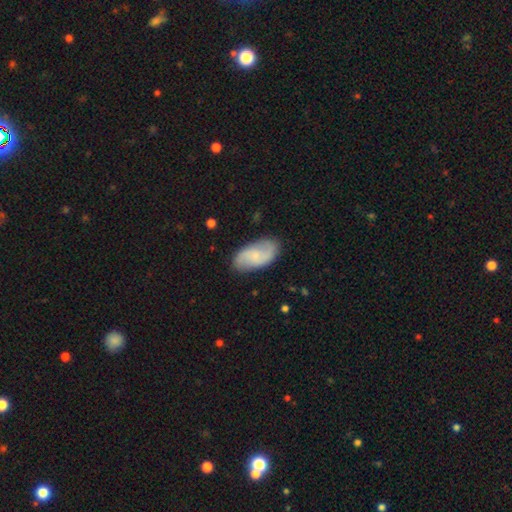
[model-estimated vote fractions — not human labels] The model was most divided on "smooth or featured": featured or disk: 55%, smooth: 39%, star or artifact: 6%. More confident: edge-on disk — no (96%); spiral arms — yes (90%); merging — none (80%); bulge size — small (63%); bar — no (59%).